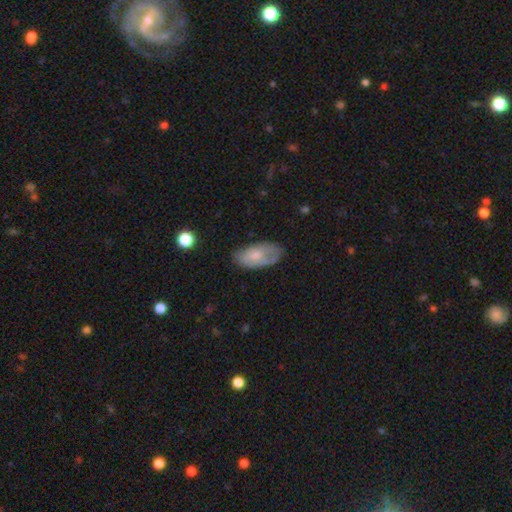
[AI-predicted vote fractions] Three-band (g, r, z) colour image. It shows a smooth galaxy with no disk features (65%) that is in between round and cigar-shaped (93%). Merging: none (56%).